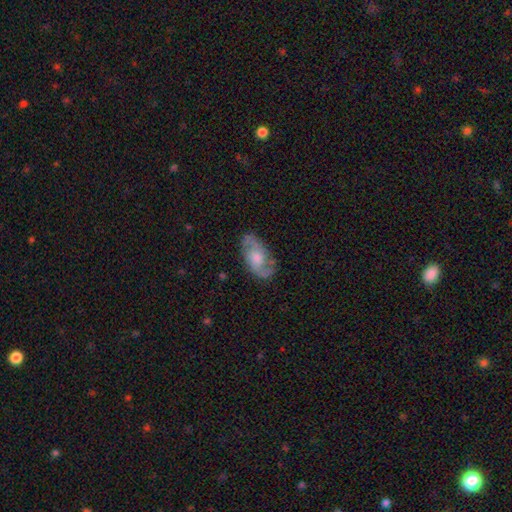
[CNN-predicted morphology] This appears to be a featured or disk galaxy (76%) with no bar (63%), 2 (86%) medium (49%) spiral arms (92%) and a moderate central bulge (55%). Merging: none (83%).